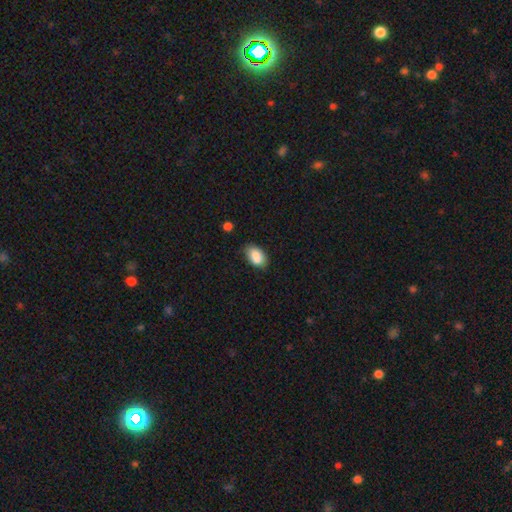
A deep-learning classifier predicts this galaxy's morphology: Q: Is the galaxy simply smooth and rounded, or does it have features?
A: smooth — 87%.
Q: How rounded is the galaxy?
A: in between — 91%.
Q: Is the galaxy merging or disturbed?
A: none — 75%.